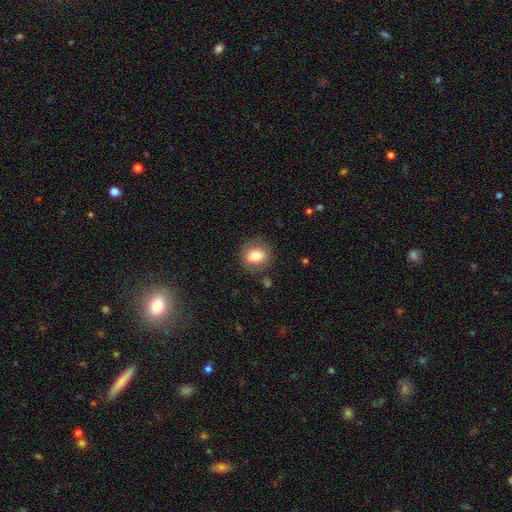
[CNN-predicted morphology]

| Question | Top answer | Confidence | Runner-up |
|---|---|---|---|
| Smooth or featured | smooth | 77% | featured or disk (14%) |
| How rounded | round | 71% | in between (28%) |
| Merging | none | 82% | minor disturbance (12%) |